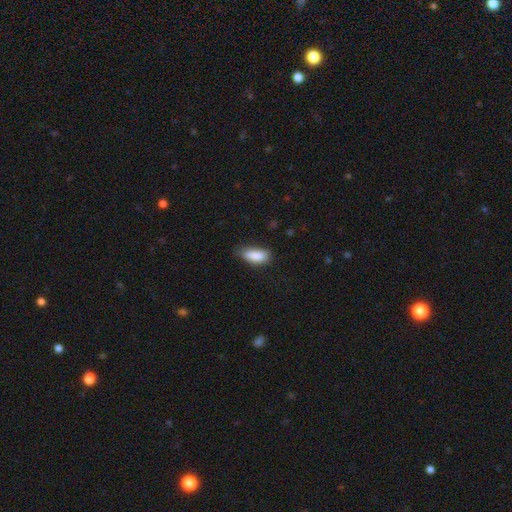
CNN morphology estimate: smooth-or-featured: smooth: 87% | star or artifact: 7% | featured or disk: 6%
  how-rounded: in between: 83% | cigar-shaped: 14% | round: 2%
  merging: none: 66% | minor disturbance: 27% | major disturbance: 5% | merger: 2%